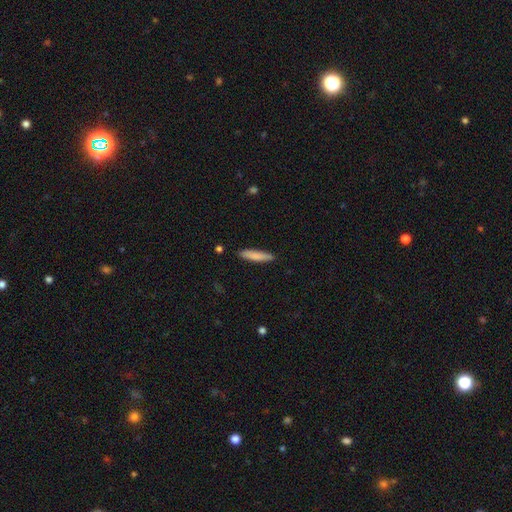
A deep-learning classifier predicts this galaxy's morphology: Smooth or featured?
  - smooth: 80% *
  - featured or disk: 14%
  - star or artifact: 6%
How rounded?
  - cigar-shaped: 88% *
  - in between: 11%
  - round: 1%
Merging?
  - none: 86% *
  - minor disturbance: 10%
  - major disturbance: 2%
  - merger: 2%